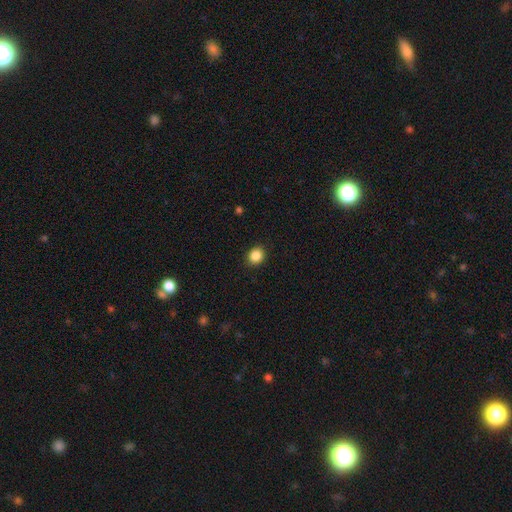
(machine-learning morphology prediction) A smooth galaxy with no disk features (86%) that is round (68%).

Vote fractions:
- Smooth or featured? smooth: 86% / star or artifact: 10% / featured or disk: 4%
- How rounded? round: 68% / in between: 31% / cigar-shaped: 1%
- Merging? none: 90% / minor disturbance: 7% / major disturbance: 2% / merger: 1%